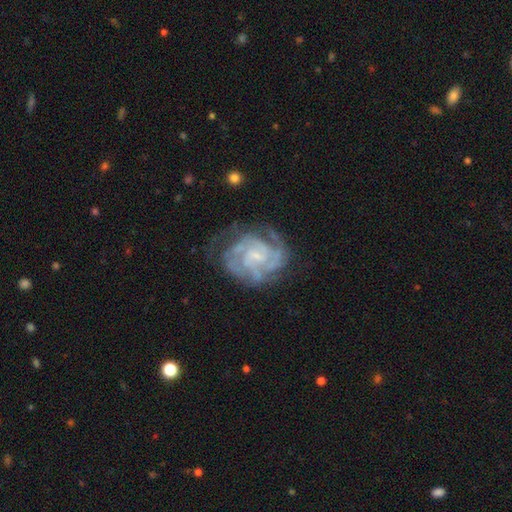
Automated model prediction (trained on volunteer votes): This is clearly a featured or disk galaxy (87%). It is clearly not viewed edge-on (98%). Bar: possibly no (49%). Spiral arm pattern: clearly yes (96%). Spiral arm count: marginally can't tell (26%). Spiral winding: likely tight (63%). Central bulge: likely small (60%). Merging: likely none (66%).